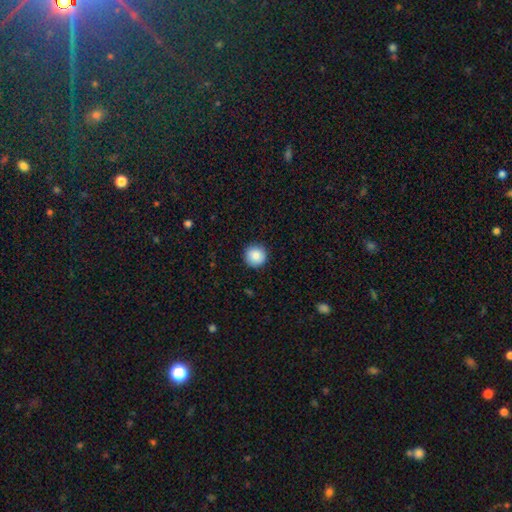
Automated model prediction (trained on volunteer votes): A smooth galaxy with no disk features (86%) that is round (95%).

Vote fractions:
- Smooth or featured? smooth: 86% / star or artifact: 8% / featured or disk: 6%
- How rounded? round: 95% / in between: 4% / cigar-shaped: 1%
- Merging? none: 91% / minor disturbance: 7% / major disturbance: 2% / merger: 1%